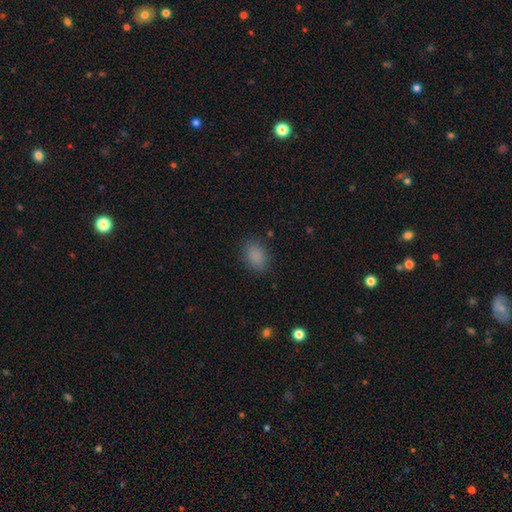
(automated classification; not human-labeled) Smooth or featured?
  - smooth: 86% *
  - star or artifact: 10%
  - featured or disk: 4%
How rounded?
  - in between: 80% *
  - round: 19%
  - cigar-shaped: 1%
Merging?
  - none: 84% *
  - minor disturbance: 11%
  - major disturbance: 3%
  - merger: 1%